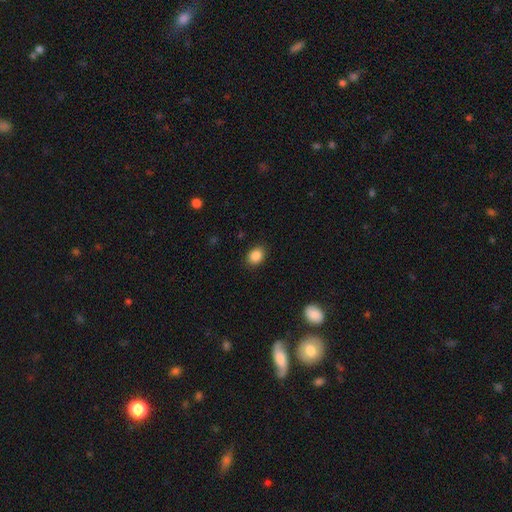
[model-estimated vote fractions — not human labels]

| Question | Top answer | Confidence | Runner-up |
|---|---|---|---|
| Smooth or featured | smooth | 87% | star or artifact (9%) |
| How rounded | in between | 63% | round (36%) |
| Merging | none | 89% | minor disturbance (8%) |